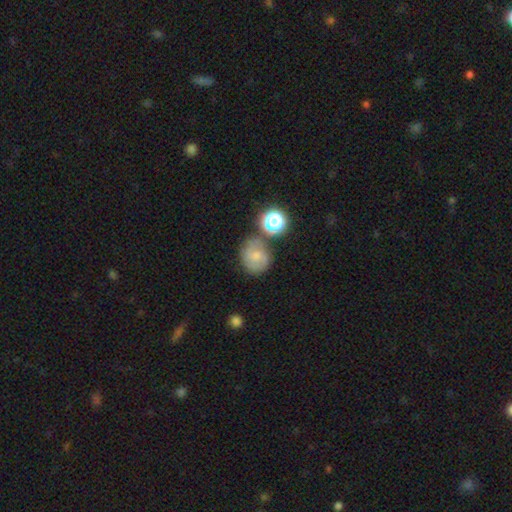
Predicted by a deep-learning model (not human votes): Overall: smooth (56%; featured or disk 30%). How rounded: round (76%). Merging: none (56%; minor disturbance 20%).